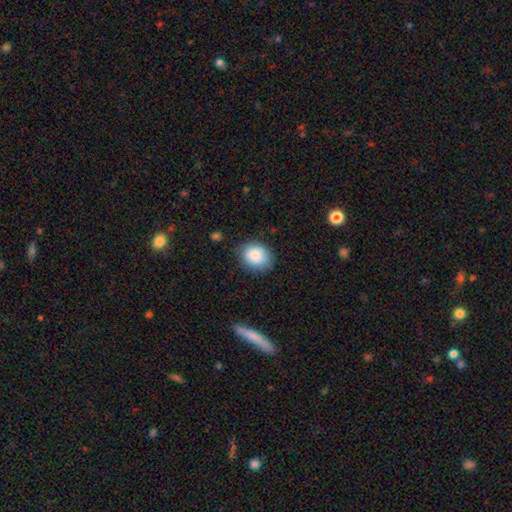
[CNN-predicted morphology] This is clearly a smooth galaxy (86%). How rounded: possibly round (56%). Merging: likely none (80%).